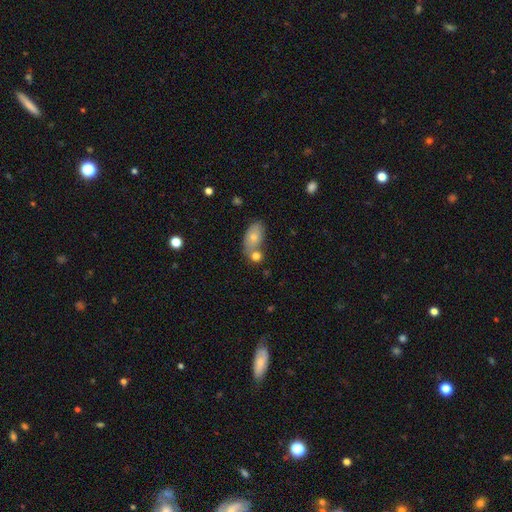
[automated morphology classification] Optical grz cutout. It shows a smooth galaxy with no disk features (76%) that is in between round and cigar-shaped (59%). Merging: none (45%).